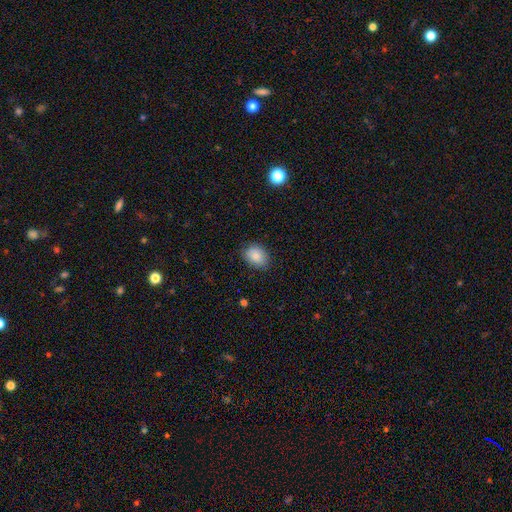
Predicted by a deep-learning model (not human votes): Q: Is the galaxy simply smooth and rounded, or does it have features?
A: smooth — 86%.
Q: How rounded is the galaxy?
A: in between — 65%.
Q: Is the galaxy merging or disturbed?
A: none — 82%.